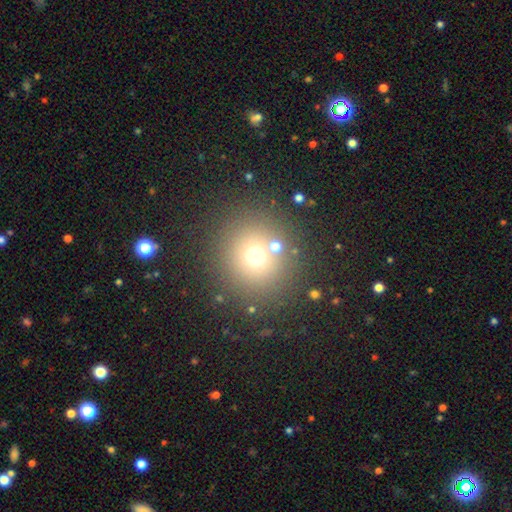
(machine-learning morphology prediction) This appears to be a smooth galaxy with no disk features (65%) that is round (91%). Merging: none (79%).